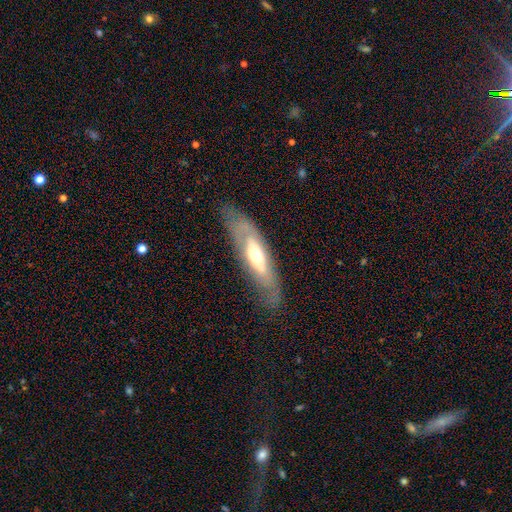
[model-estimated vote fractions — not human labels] Smooth or featured?
  - featured or disk: 59% *
  - smooth: 35%
  - star or artifact: 6%
Edge-on disk?
  - no: 62% *
  - yes: 38%
Merging?
  - none: 77% *
  - minor disturbance: 15%
  - major disturbance: 7%
  - merger: 1%